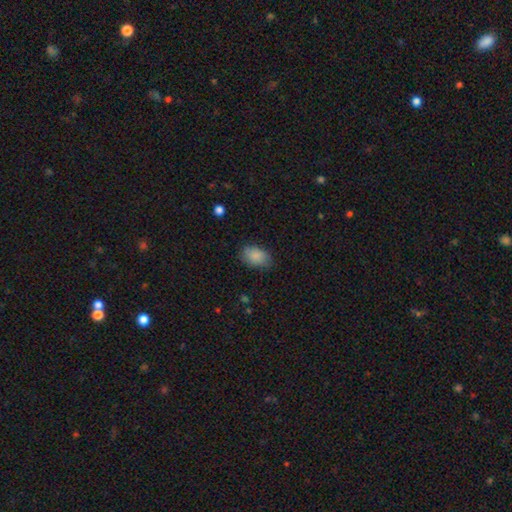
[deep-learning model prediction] This is clearly a smooth galaxy (86%). How rounded: clearly in between (87%). Merging: likely none (75%).